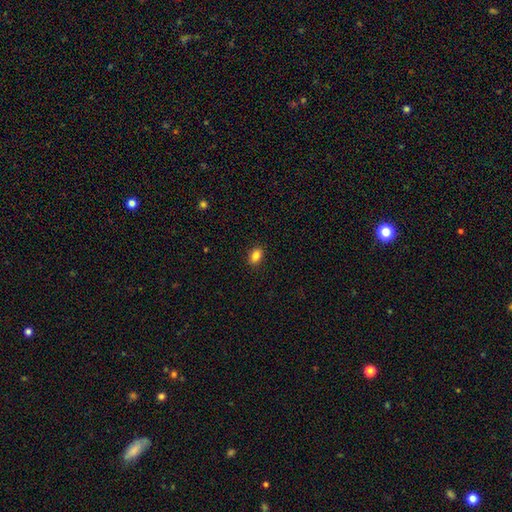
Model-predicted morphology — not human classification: A smooth galaxy with no disk features (86%) that is in between round and cigar-shaped (81%). Merging: none (89%).